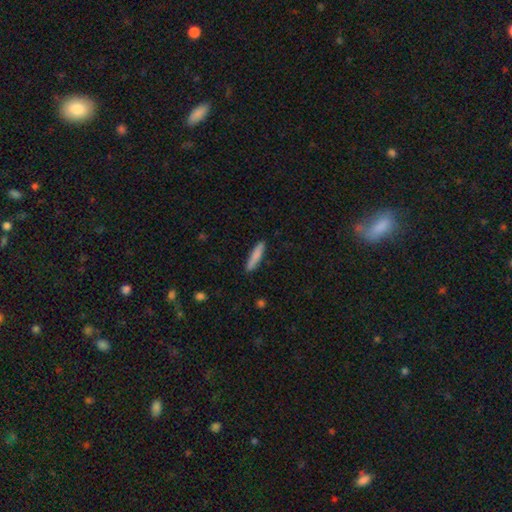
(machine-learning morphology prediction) Smooth or featured? smooth (83%)
How rounded? cigar-shaped (87%)
Merging? none (88%)